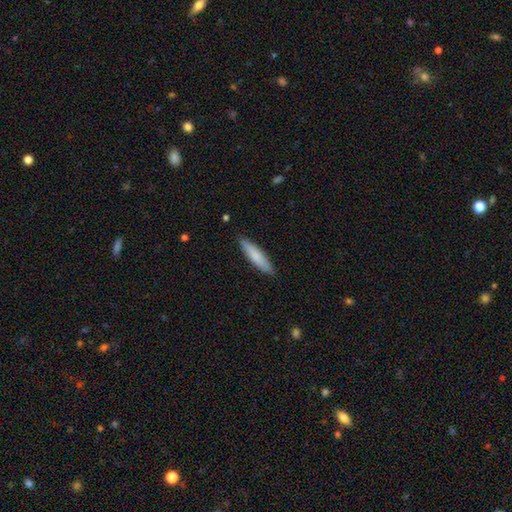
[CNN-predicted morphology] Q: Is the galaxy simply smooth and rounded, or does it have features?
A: smooth — 79%.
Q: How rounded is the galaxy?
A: cigar-shaped — 81%.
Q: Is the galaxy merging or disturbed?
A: none — 89%.